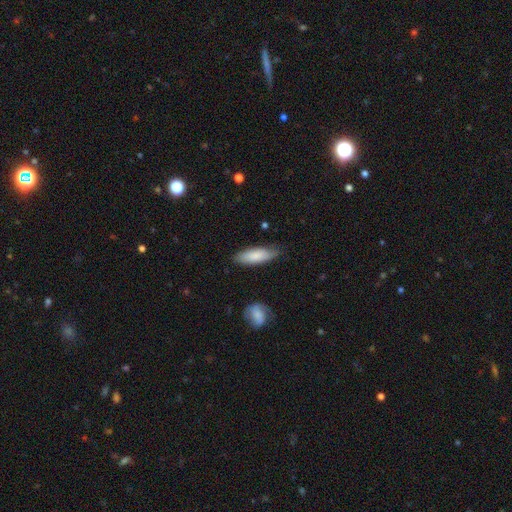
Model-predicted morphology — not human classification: This is clearly a smooth galaxy (82%). How rounded: possibly in between (56%). Merging: likely none (77%).